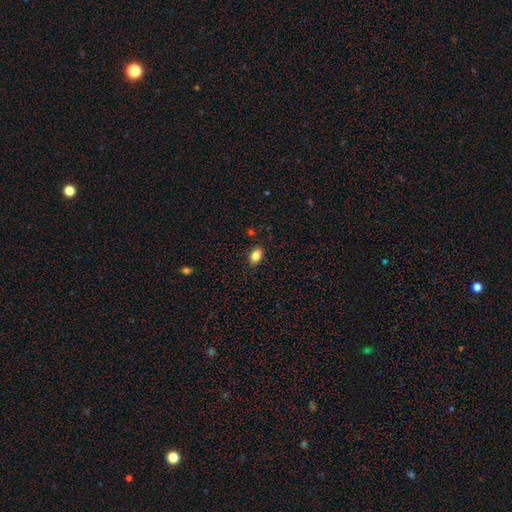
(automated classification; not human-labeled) smooth_or_featured: smooth (p=0.84) [alt: star or artifact p=0.09]
how_rounded: in between (p=0.87) [alt: round p=0.11]
merging: none (p=0.86) [alt: minor disturbance p=0.10]